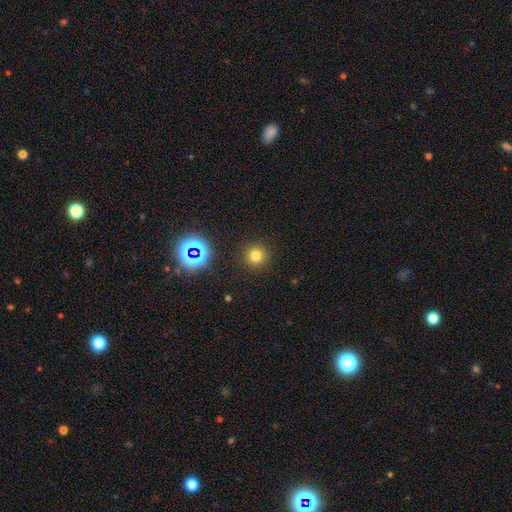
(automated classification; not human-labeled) smooth-or-featured: smooth: 75% | star or artifact: 19% | featured or disk: 6%
  how-rounded: round: 95% | in between: 4% | cigar-shaped: 1%
  merging: none: 91% | minor disturbance: 5% | major disturbance: 2% | merger: 1%